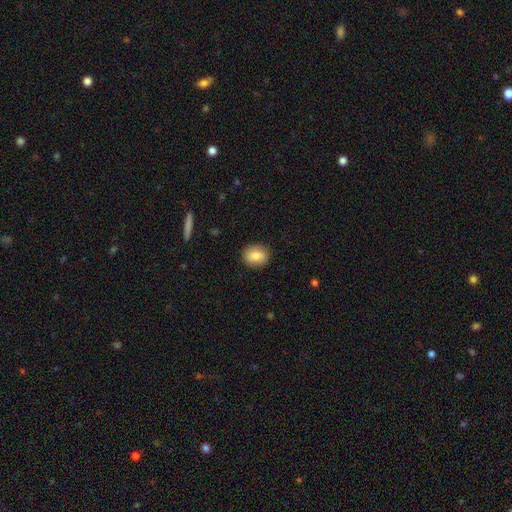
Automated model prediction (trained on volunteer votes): Q: Smooth or featured?
A: smooth (81%); runner-up: featured or disk (11%)
Q: How rounded?
A: round (56%); runner-up: in between (42%)
Q: Merging?
A: none (88%); runner-up: minor disturbance (9%)